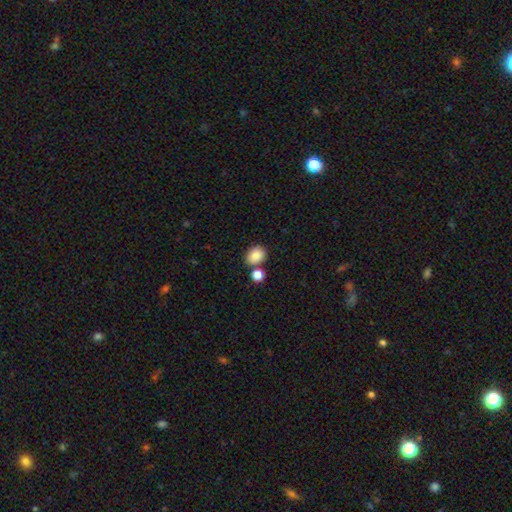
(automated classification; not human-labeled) The model was most divided on "how rounded": in between: 59%, round: 40%, cigar-shaped: 1%. More confident: smooth or featured — smooth (86%); merging — none (66%).